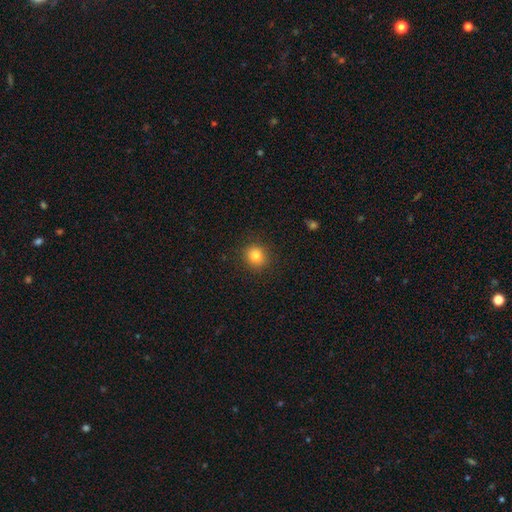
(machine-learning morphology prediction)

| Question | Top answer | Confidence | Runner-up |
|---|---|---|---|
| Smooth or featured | smooth | 82% | star or artifact (12%) |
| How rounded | round | 88% | in between (11%) |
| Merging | none | 90% | minor disturbance (7%) |